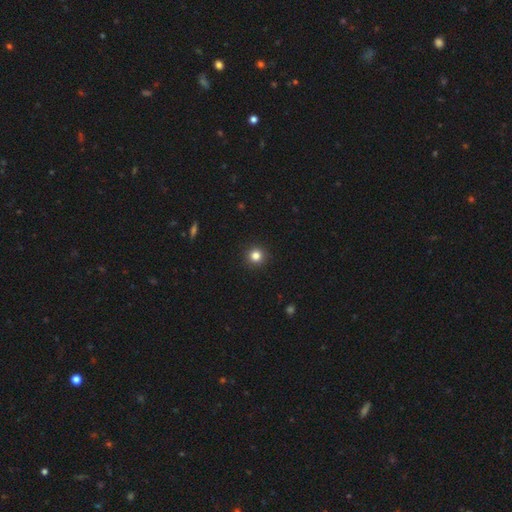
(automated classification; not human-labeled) Smooth or featured?
  - smooth: 83% *
  - star or artifact: 13%
  - featured or disk: 5%
How rounded?
  - round: 95% *
  - in between: 4%
  - cigar-shaped: 1%
Merging?
  - none: 93% *
  - minor disturbance: 5%
  - major disturbance: 2%
  - merger: 1%